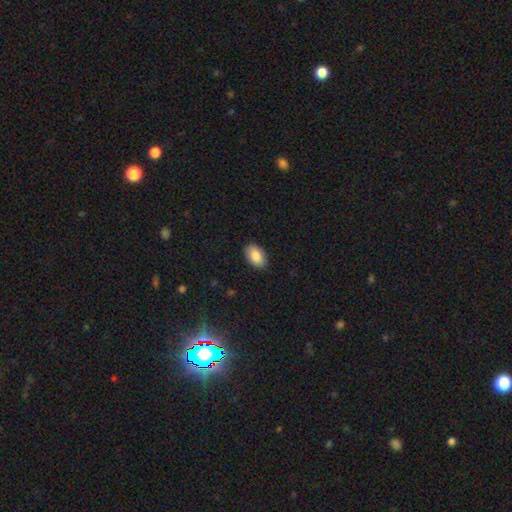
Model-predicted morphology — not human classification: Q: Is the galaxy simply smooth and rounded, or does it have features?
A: smooth — 87%.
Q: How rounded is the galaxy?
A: in between — 92%.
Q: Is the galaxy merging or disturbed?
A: none — 89%.